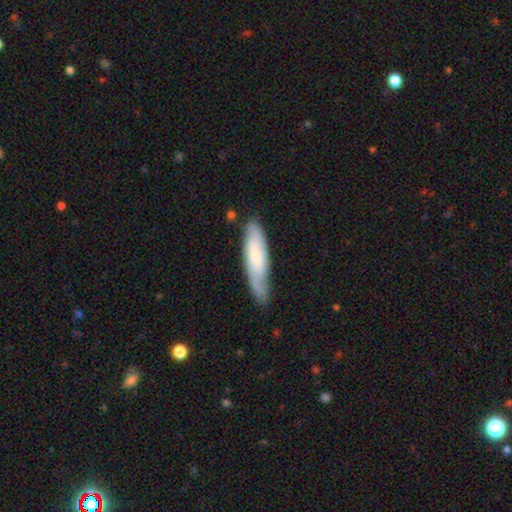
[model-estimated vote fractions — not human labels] Q: Smooth or featured?
A: smooth (47%); tied with: featured or disk (47%)
Q: Merging?
A: none (68%); runner-up: minor disturbance (24%)